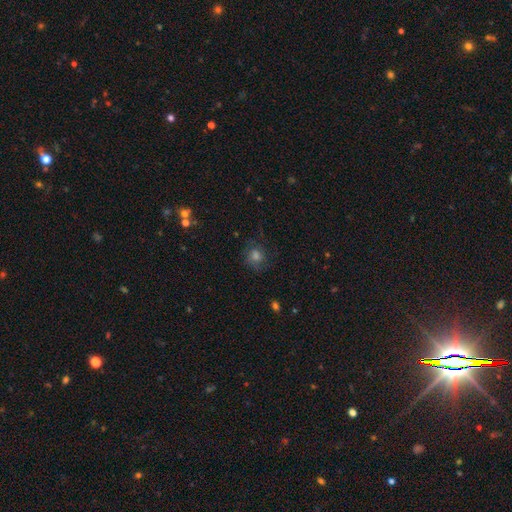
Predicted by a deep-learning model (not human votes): Smooth or featured? smooth (54%)
How rounded? round (81%)
Merging? none (74%)